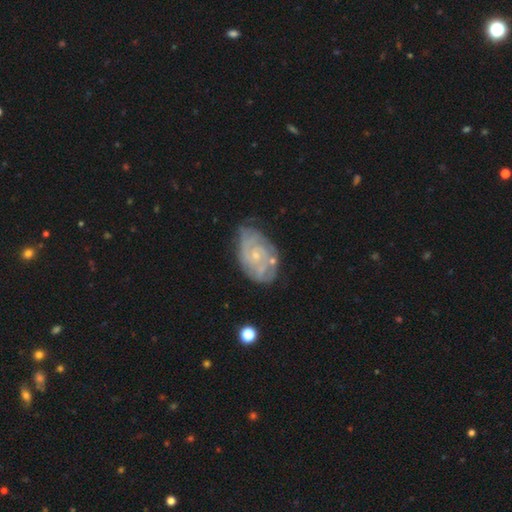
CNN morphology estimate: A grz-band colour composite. It shows a featured or disk galaxy (76%) with no bar (78%), tight (66%) spiral arms (84%) and a small central bulge (77%). Merging: none (61%).